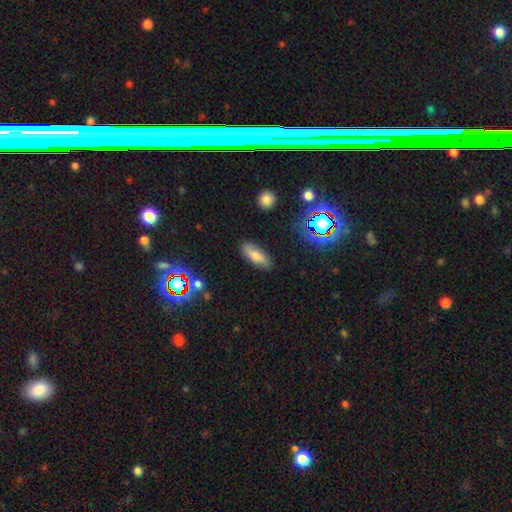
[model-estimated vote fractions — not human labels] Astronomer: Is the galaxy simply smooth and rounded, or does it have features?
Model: smooth — 70%.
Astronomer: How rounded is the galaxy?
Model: in between — 72%.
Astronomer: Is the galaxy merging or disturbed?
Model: none — 83%.